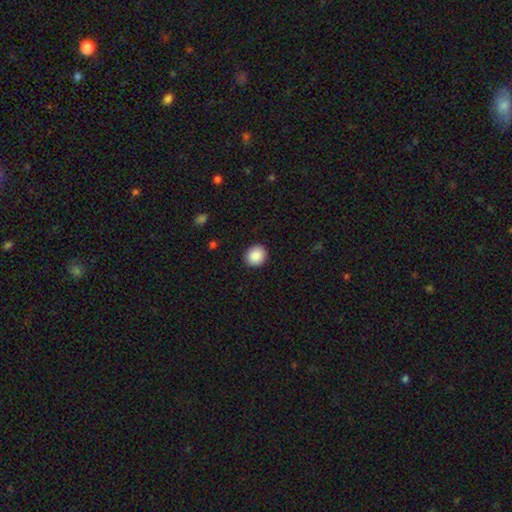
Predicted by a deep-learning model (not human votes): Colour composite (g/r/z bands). It shows a smooth galaxy with no disk features (89%) that is round (83%). Merging: none (92%).